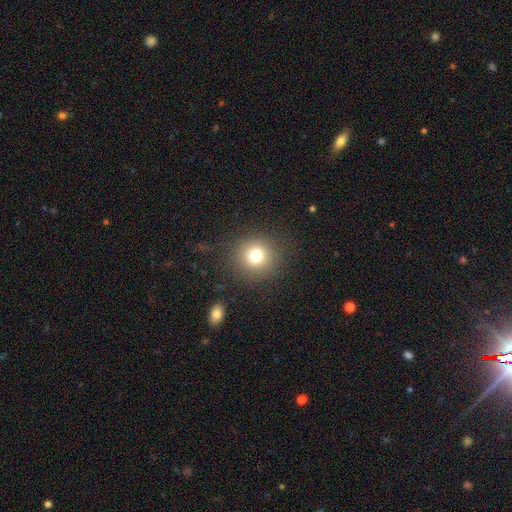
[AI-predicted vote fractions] smooth 76%, star or artifact 14%, featured or disk 10%. Down the decision tree: how rounded — round (91%); merging — none (87%).